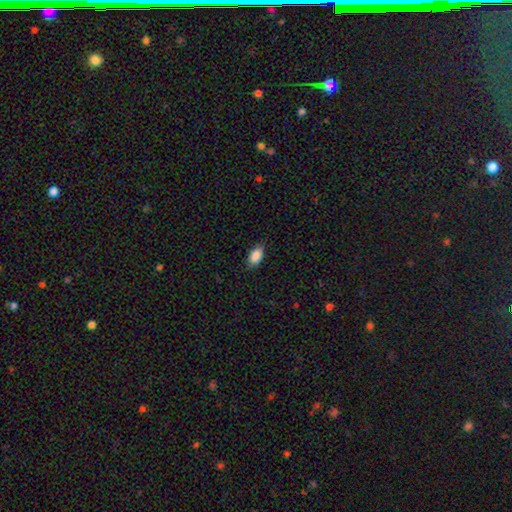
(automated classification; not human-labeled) Smooth or featured? Predicted: smooth (p=0.87). How rounded? Predicted: in between (p=0.91). Merging? Predicted: none (p=0.84).